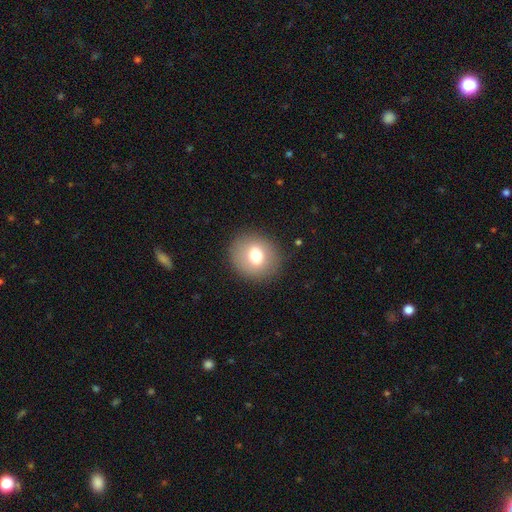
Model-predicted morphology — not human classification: Smooth or featured? smooth (73%)
How rounded? round (80%)
Merging? none (88%)